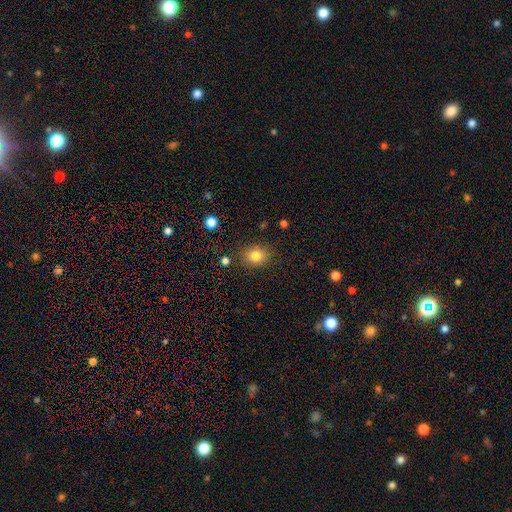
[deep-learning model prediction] A smooth galaxy with no disk features (82%) that is round (57%). Merging: none (84%).